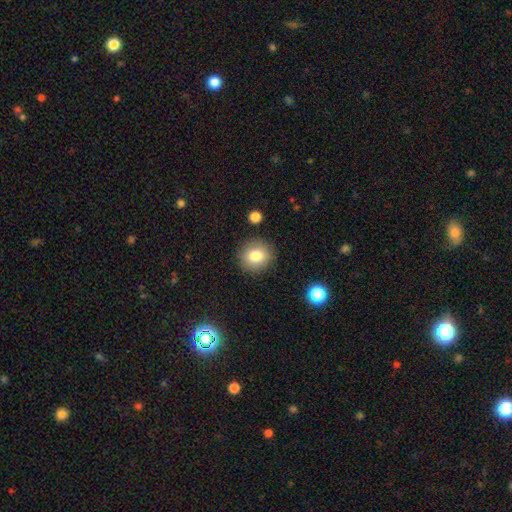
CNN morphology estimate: Q: Smooth or featured?
A: smooth (82%); runner-up: star or artifact (10%)
Q: How rounded?
A: round (83%); runner-up: in between (16%)
Q: Merging?
A: none (88%); runner-up: minor disturbance (8%)